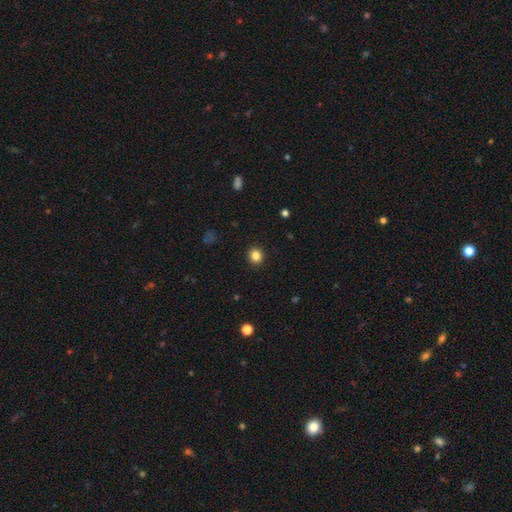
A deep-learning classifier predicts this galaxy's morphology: smooth-or-featured: smooth: 84% | star or artifact: 11% | featured or disk: 5%
  how-rounded: round: 88% | in between: 11% | cigar-shaped: 1%
  merging: none: 92% | minor disturbance: 5% | major disturbance: 2% | merger: 1%